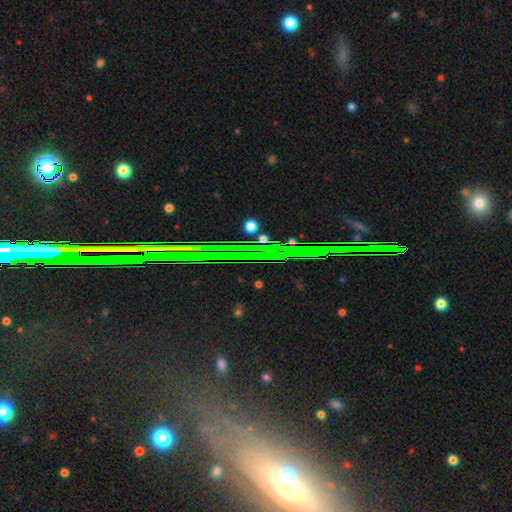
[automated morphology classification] Q: Smooth or featured?
A: star or artifact (63%); runner-up: featured or disk (22%)